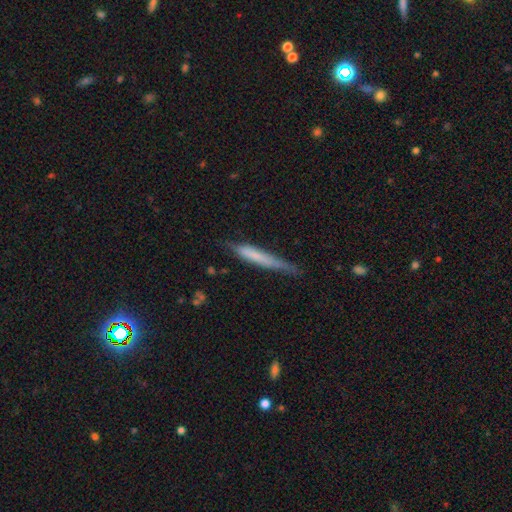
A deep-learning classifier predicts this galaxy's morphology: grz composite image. It shows a smooth galaxy with no disk features (60%) that is cigar-shaped (94%). Merging: none (59%).